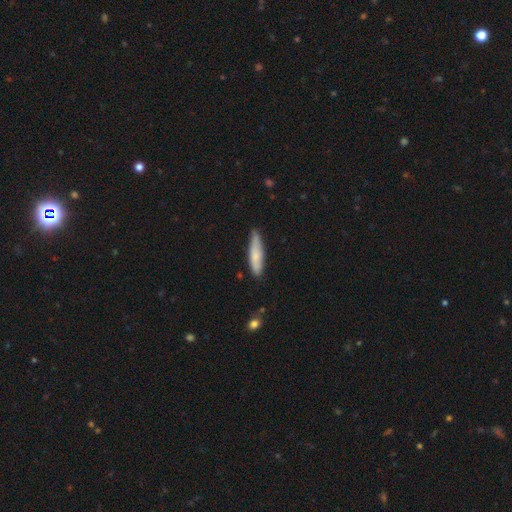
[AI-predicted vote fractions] The model was most divided on "merging": none: 70%, minor disturbance: 25%, major disturbance: 3%, merger: 2%. More confident: how rounded — cigar-shaped (78%); smooth or featured — smooth (72%).